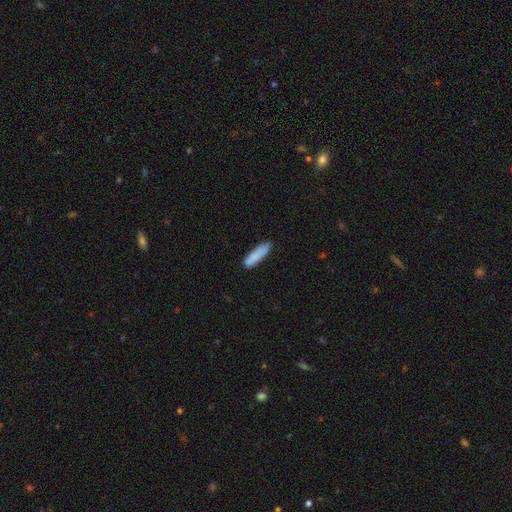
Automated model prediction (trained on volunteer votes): This is clearly a smooth galaxy (85%). How rounded: likely cigar-shaped (71%). Merging: clearly none (80%).